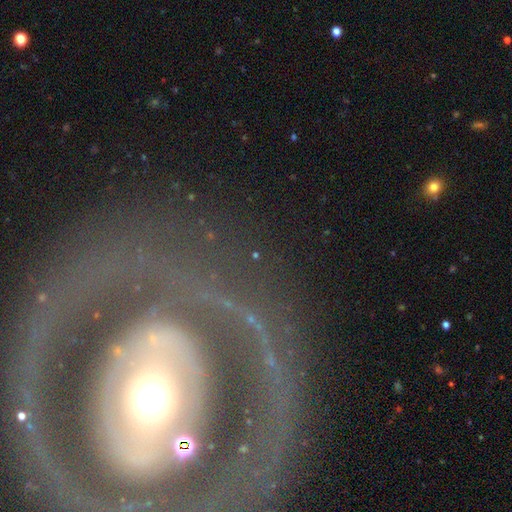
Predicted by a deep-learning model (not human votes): Morphology: type=star or artifact (52%).